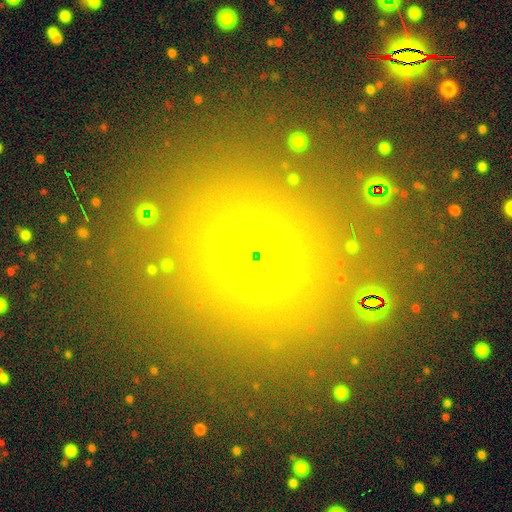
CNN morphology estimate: A smooth galaxy with no disk features (47%).

Vote fractions:
- Smooth or featured? smooth: 47% / star or artifact: 38% / featured or disk: 15%
- Merging? none: 81% / minor disturbance: 10% / major disturbance: 5% / merger: 3%